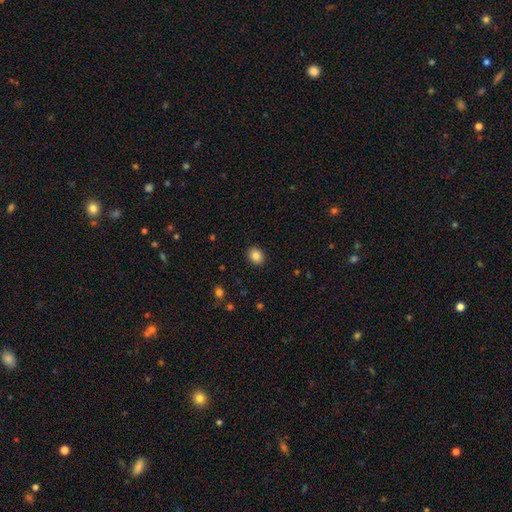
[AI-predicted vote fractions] Smooth or featured: smooth — 86% (star or artifact — 9%)
How rounded: in between — 53% (round — 46%)
Merging: none — 90% (minor disturbance — 7%)